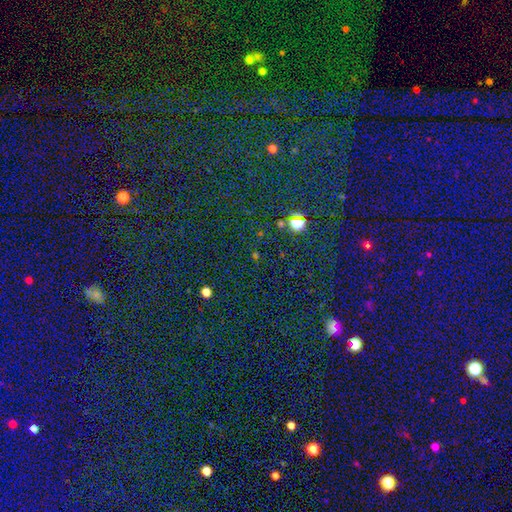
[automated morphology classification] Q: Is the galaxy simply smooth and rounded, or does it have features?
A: star or artifact — 71%.